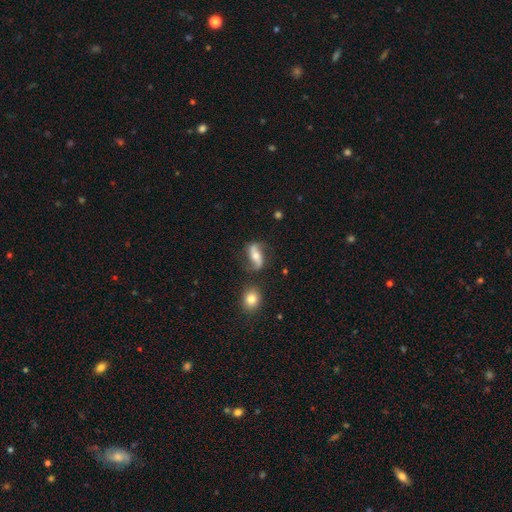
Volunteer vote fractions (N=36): Morphology: type=featured or disk (81%); edge-on=no (90%); bar=strong (46%); spiral arms=yes (88%); winding=loose (91%); arm count=2 (100%); bulge=moderate (50%); merging=none (74%).